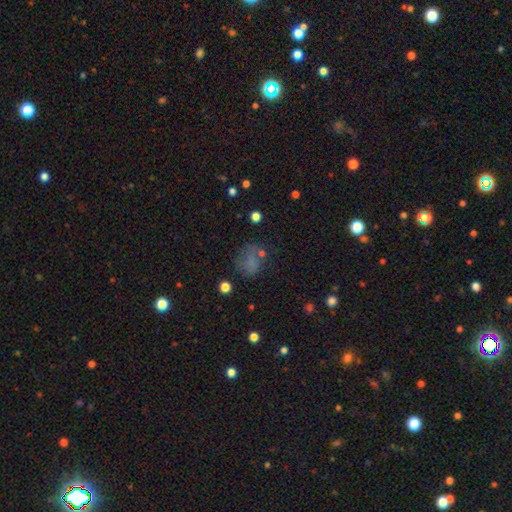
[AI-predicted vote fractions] A smooth galaxy with no disk features (58%) that is round (55%). Merging: none (56%).